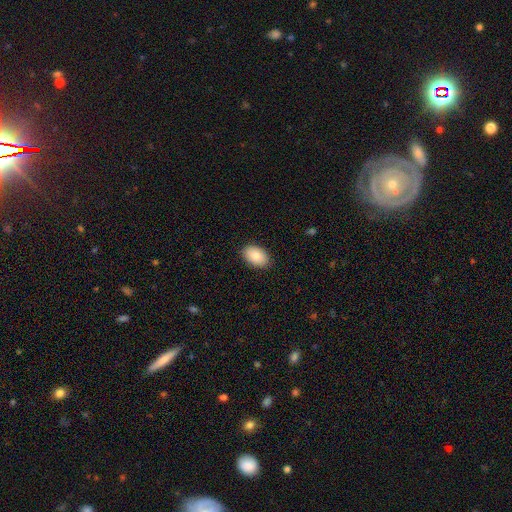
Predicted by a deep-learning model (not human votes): Q: Smooth or featured?
A: smooth (88%); runner-up: star or artifact (6%)
Q: How rounded?
A: in between (92%); runner-up: round (7%)
Q: Merging?
A: none (89%); runner-up: minor disturbance (8%)